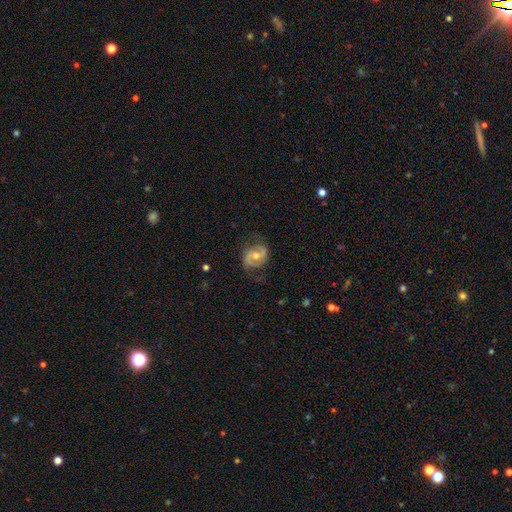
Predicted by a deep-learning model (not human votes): A featured or disk galaxy (77%) with no bar (52%), 2 (87%) medium (47%) spiral arms (90%) and a moderate central bulge (64%).

Vote fractions:
- Smooth or featured? featured or disk: 77% / smooth: 16% / star or artifact: 7%
- Edge-on disk? no: 97% / yes: 3%
- Bar? no: 52% / weak: 36% / strong: 12%
- Spiral arms? yes: 90% / no: 10%
- Spiral winding? medium: 47% / tight: 28% / loose: 25%
- Spiral arm count? 2: 87% / can't tell: 7% / 1: 2% / 3: 2% / 4: 1% / more than 4: 1%
- Bulge size? moderate: 64% / small: 32% / large: 3% / none: 1% / dominant: 1%
- Merging? none: 73% / minor disturbance: 18% / major disturbance: 8% / merger: 1%